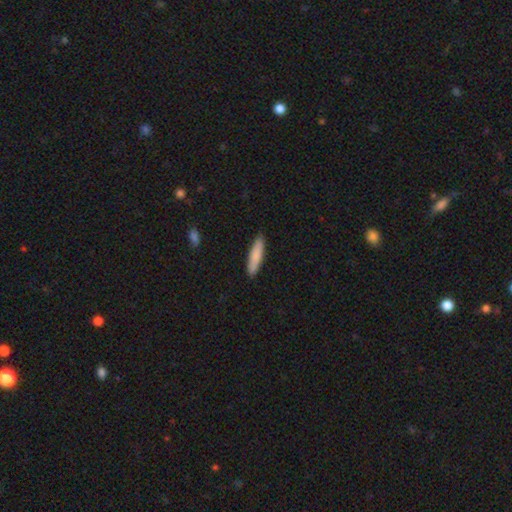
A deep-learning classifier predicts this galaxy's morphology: type=smooth (83%); roundness=cigar-shaped (81%); merging=none (89%).